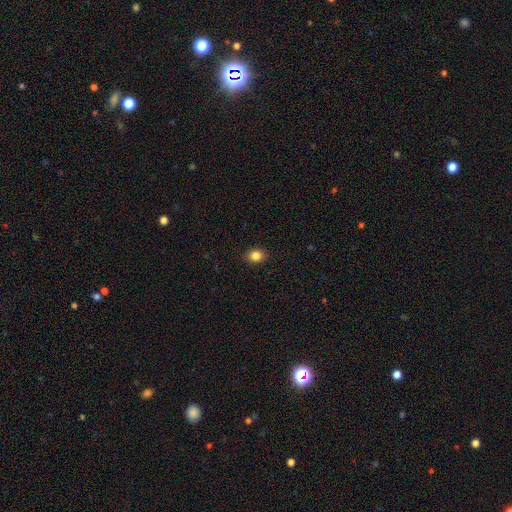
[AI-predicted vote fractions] smooth 84%, star or artifact 10%, featured or disk 5%. Down the decision tree: how rounded — in between (53%); merging — none (90%).